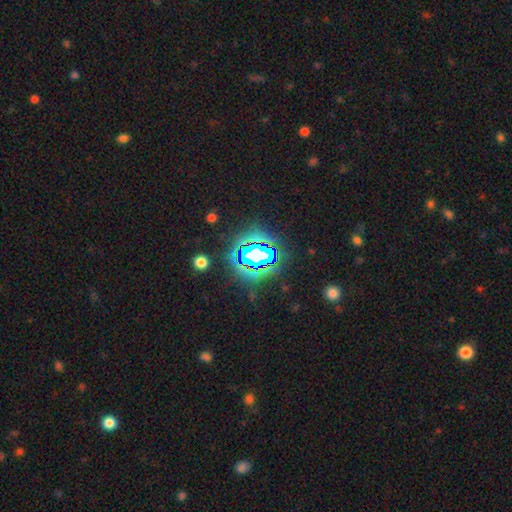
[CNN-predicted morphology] This is likely a star or artifact rather than a galaxy (73%).